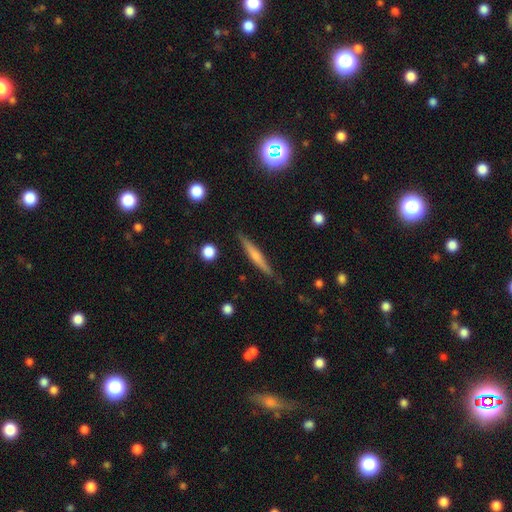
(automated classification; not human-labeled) Smooth or featured? Predicted: smooth (p=0.48). Merging? Predicted: none (p=0.87).